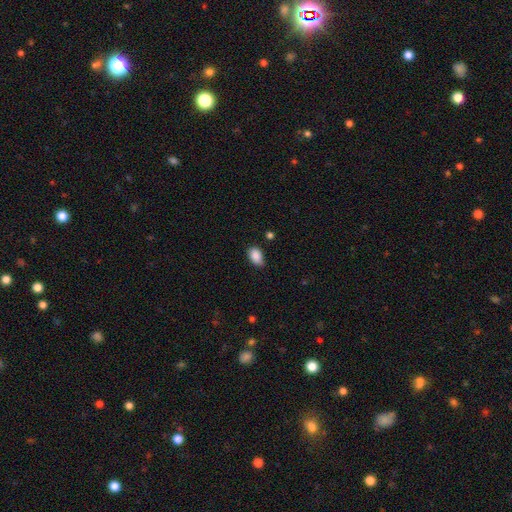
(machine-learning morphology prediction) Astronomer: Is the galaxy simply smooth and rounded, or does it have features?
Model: smooth — 88%.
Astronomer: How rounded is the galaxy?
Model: in between — 88%.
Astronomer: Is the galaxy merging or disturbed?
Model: none — 69%.